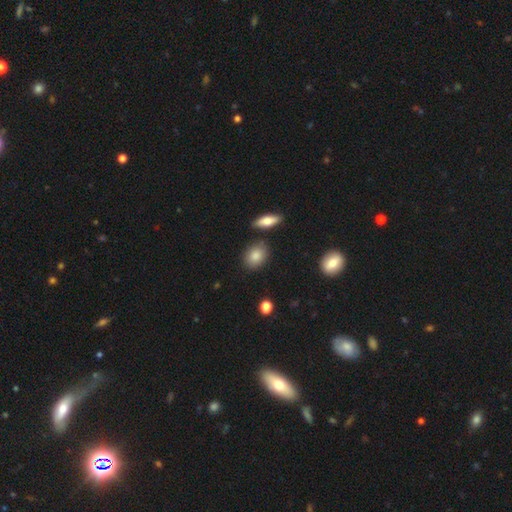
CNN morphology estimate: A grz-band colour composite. It shows a smooth galaxy with no disk features (85%) that is in between round and cigar-shaped (59%). Merging: none (81%).